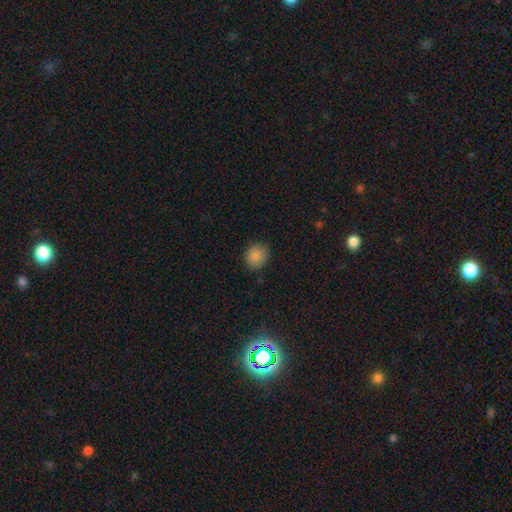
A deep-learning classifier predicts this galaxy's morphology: A smooth galaxy with no disk features (86%) that is round (85%). Merging: none (86%).